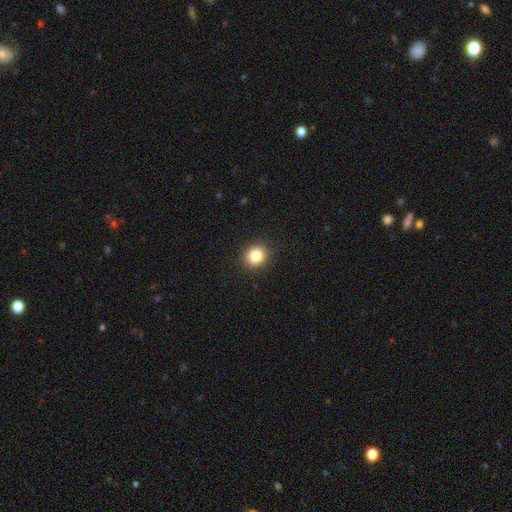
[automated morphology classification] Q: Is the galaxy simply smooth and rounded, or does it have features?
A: smooth — 84%.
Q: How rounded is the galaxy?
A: round — 80%.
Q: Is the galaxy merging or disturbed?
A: none — 91%.